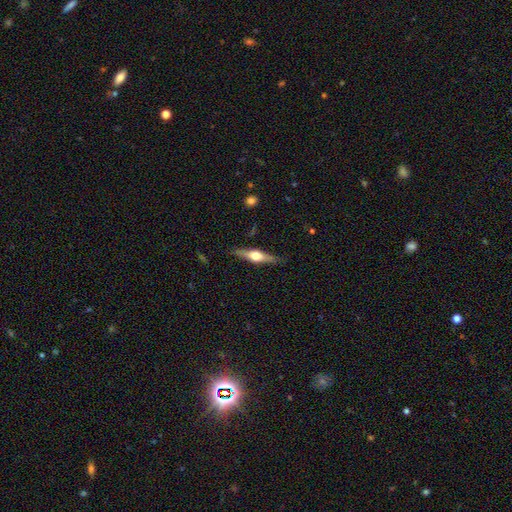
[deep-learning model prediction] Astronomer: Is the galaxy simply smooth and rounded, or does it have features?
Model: featured or disk — 67%.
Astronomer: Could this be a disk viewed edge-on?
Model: yes — 96%.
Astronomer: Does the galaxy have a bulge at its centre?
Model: rounded — 94%.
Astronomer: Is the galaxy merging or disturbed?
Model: none — 85%.